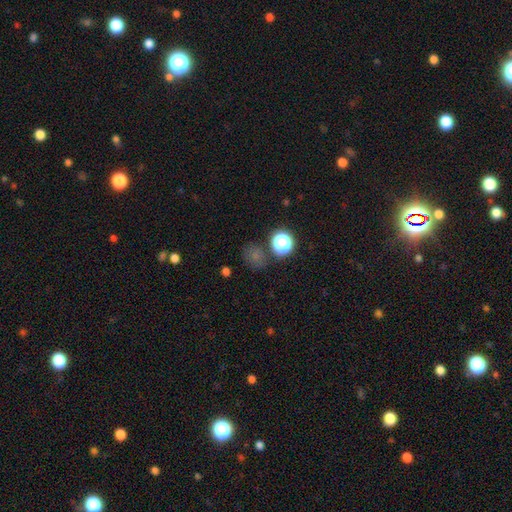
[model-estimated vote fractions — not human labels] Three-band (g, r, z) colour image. It shows a smooth galaxy with no disk features (60%) that is round (75%). Merging: none (75%).